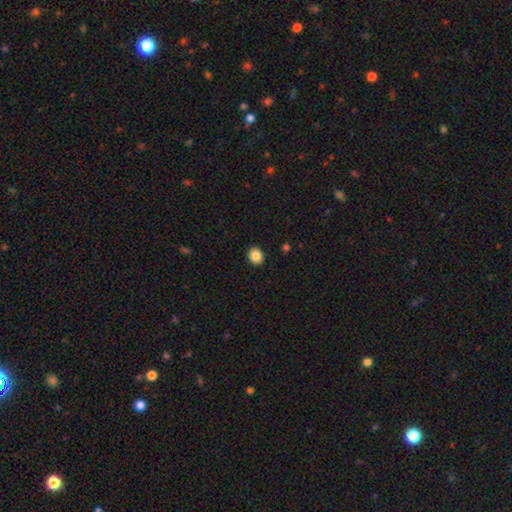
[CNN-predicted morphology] This appears to be a smooth galaxy with no disk features (86%) that is round (71%). Merging: none (92%).